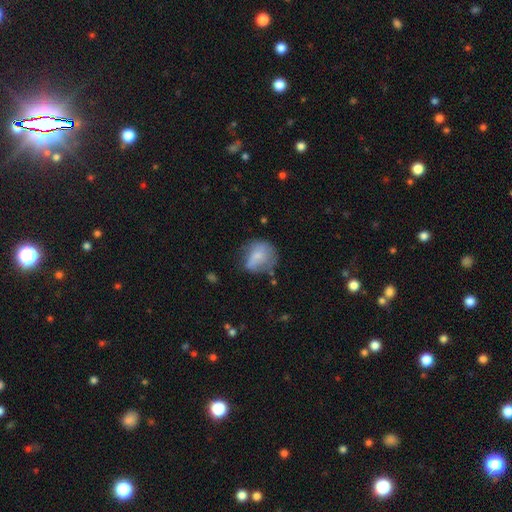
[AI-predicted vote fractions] A smooth galaxy with no disk features (62%) that is round (63%).

Vote fractions:
- Smooth or featured? smooth: 62% / featured or disk: 28% / star or artifact: 10%
- How rounded? round: 63% / in between: 35% / cigar-shaped: 2%
- Merging? none: 46% / minor disturbance: 32% / major disturbance: 18% / merger: 4%